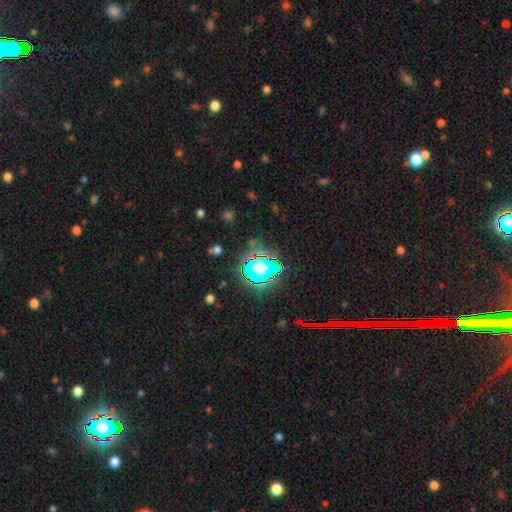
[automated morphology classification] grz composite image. It shows a star or artifact, not a galaxy (84%).